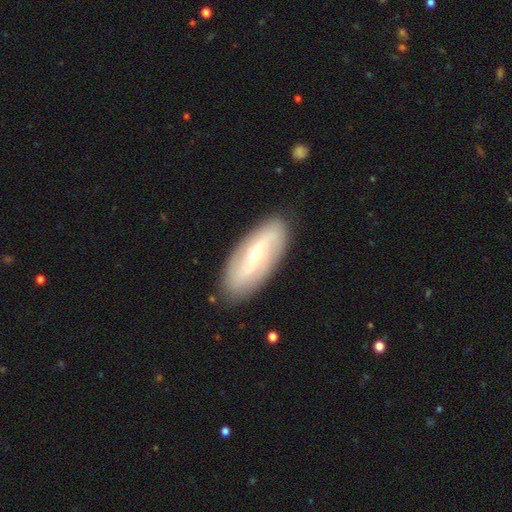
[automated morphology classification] A featured or disk galaxy (71%) with no bar (44%), 2 (81%) loose (48%) spiral arms (81%) and a small central bulge (68%).

Vote fractions:
- Smooth or featured? featured or disk: 71% / smooth: 24% / star or artifact: 6%
- Edge-on disk? no: 88% / yes: 12%
- Bar? no: 44% / weak: 36% / strong: 20%
- Spiral arms? yes: 81% / no: 19%
- Spiral winding? loose: 48% / medium: 31% / tight: 21%
- Spiral arm count? 2: 81% / can't tell: 12% / 3: 2% / 1: 2% / 4: 1% / more than 4: 1%
- Bulge size? small: 68% / moderate: 29% / large: 1% / none: 1% / dominant: 1%
- Merging? none: 88% / minor disturbance: 9% / major disturbance: 2% / merger: 1%